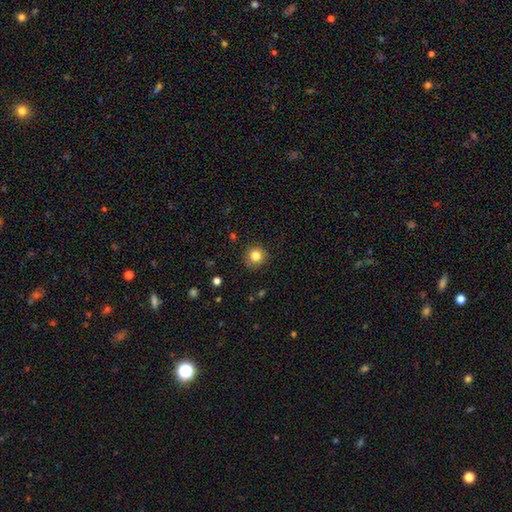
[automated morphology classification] Smooth or featured? Predicted: smooth (p=0.83). How rounded? Predicted: round (p=0.93). Merging? Predicted: none (p=0.87).